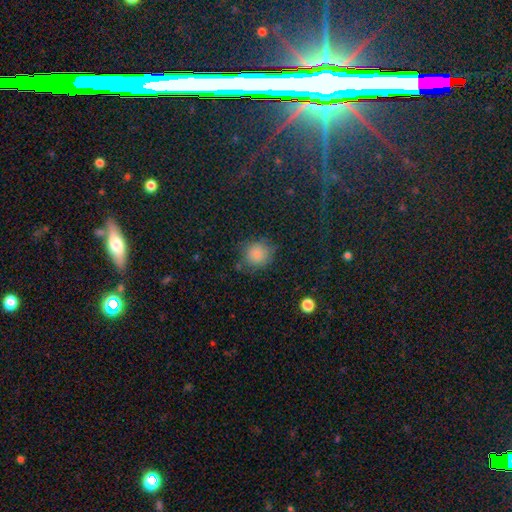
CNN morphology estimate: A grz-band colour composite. It shows a smooth galaxy with no disk features (77%) that is round (88%). Merging: none (78%).